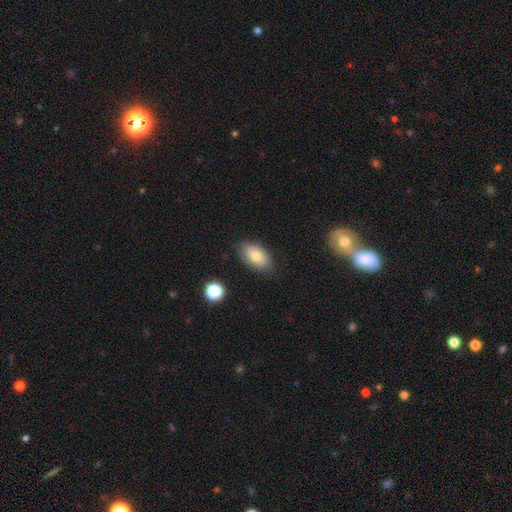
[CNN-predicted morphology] This appears to be a smooth galaxy with no disk features (75%) that is in between round and cigar-shaped (92%). Merging: none (81%).